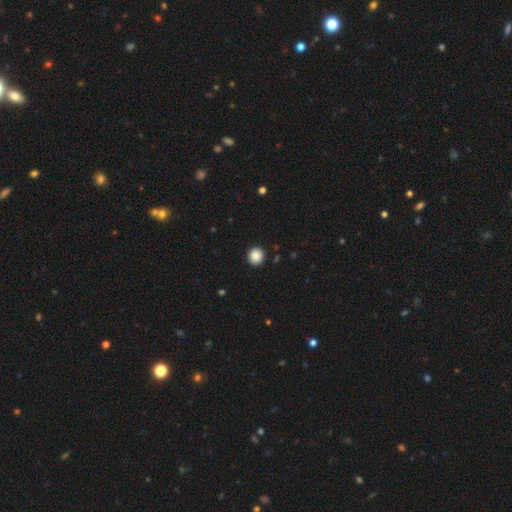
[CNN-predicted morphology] This appears to be a smooth galaxy with no disk features (87%) that is round (91%). Merging: none (92%).